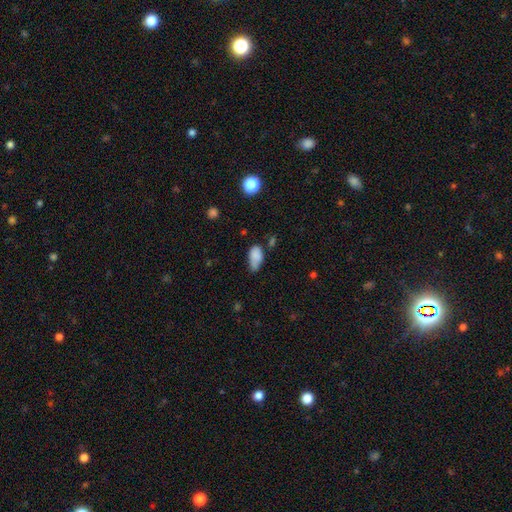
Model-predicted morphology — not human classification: Smooth or featured? smooth (81%)
How rounded? in between (90%)
Merging? minor disturbance (42%)